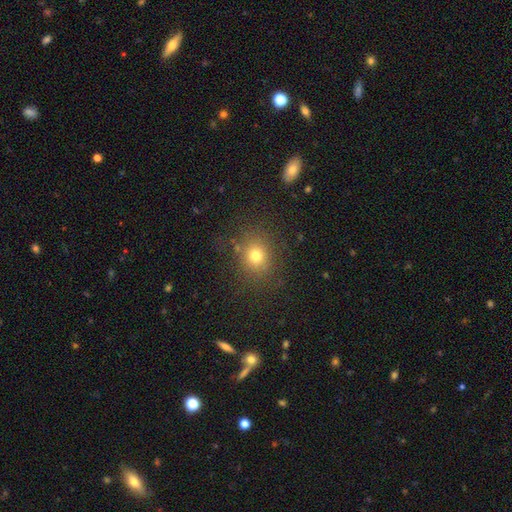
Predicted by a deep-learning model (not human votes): This is likely a smooth galaxy (75%). How rounded: likely round (78%). Merging: clearly none (82%).